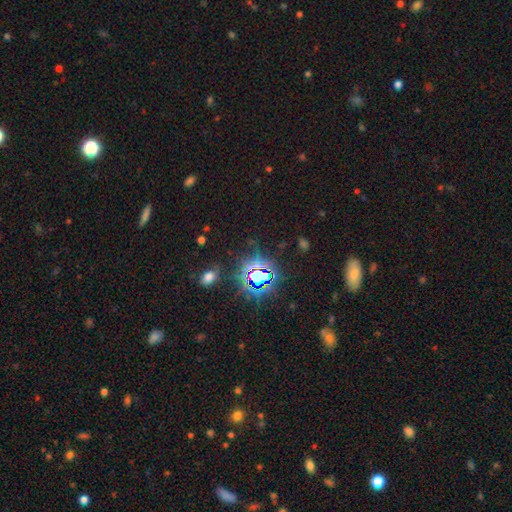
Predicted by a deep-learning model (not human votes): star or artifact 78%, smooth 15%, featured or disk 7%.